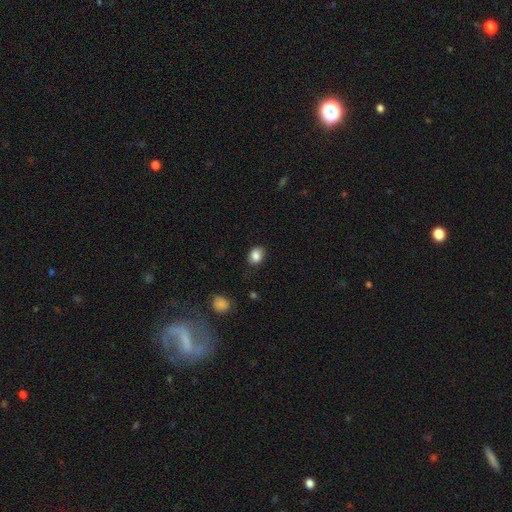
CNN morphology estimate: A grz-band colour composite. It shows a smooth galaxy with no disk features (85%) that is in between round and cigar-shaped (64%). Merging: none (78%).